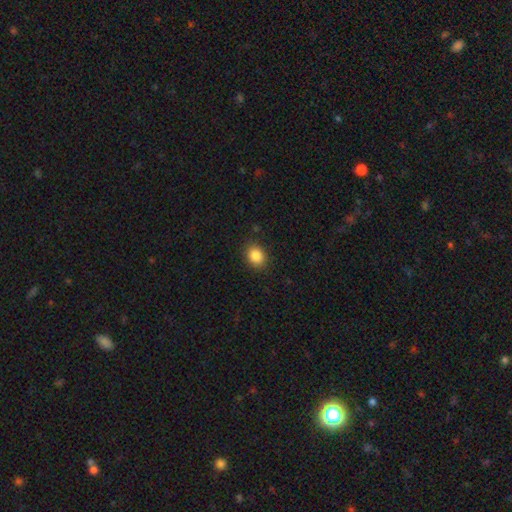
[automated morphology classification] This is clearly a smooth galaxy (85%). How rounded: possibly round (54%). Merging: clearly none (87%).